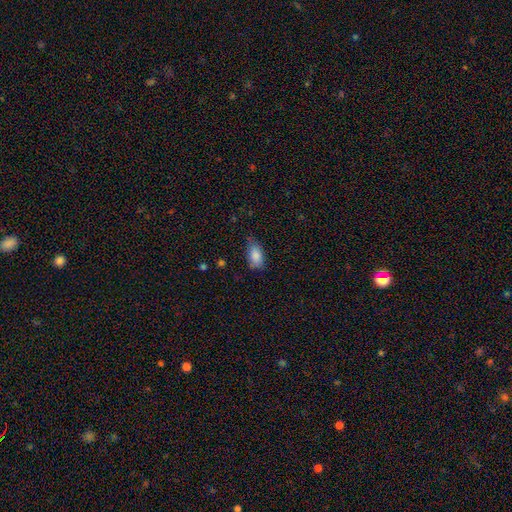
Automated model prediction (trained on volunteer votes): Smooth or featured? Predicted: smooth (p=0.85). How rounded? Predicted: in between (p=0.91). Merging? Predicted: none (p=0.60).